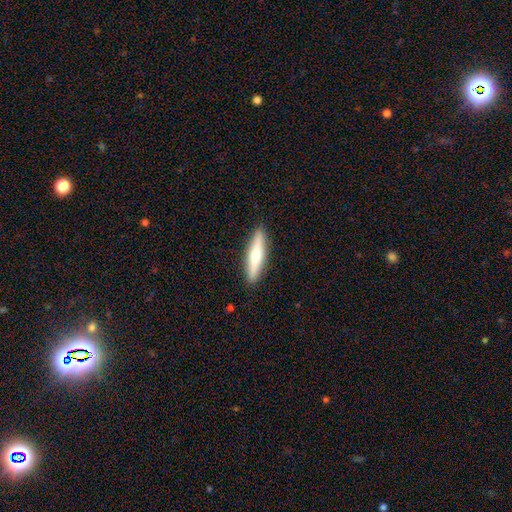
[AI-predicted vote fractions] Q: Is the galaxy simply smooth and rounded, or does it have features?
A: smooth — 55%.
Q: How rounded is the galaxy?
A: cigar-shaped — 85%.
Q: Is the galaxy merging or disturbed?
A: none — 90%.